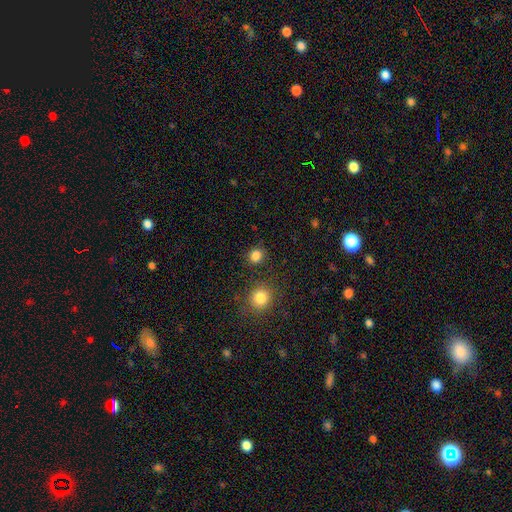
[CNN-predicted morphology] smooth 84%, star or artifact 12%, featured or disk 4%. Down the decision tree: how rounded — round (81%); merging — none (85%).